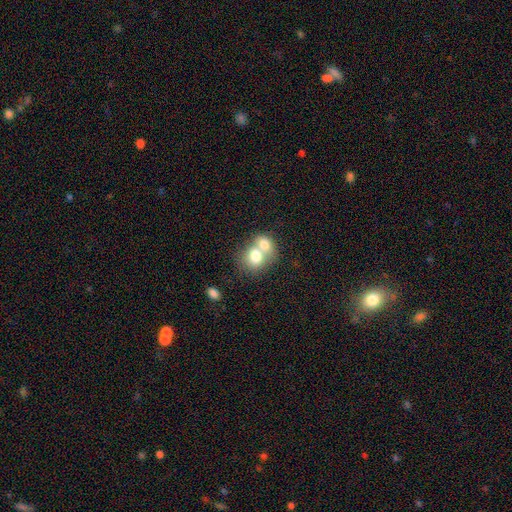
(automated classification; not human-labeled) smooth 72%, featured or disk 20%, star or artifact 8%. Down the decision tree: how rounded — round (53%); merging — merger (72%).